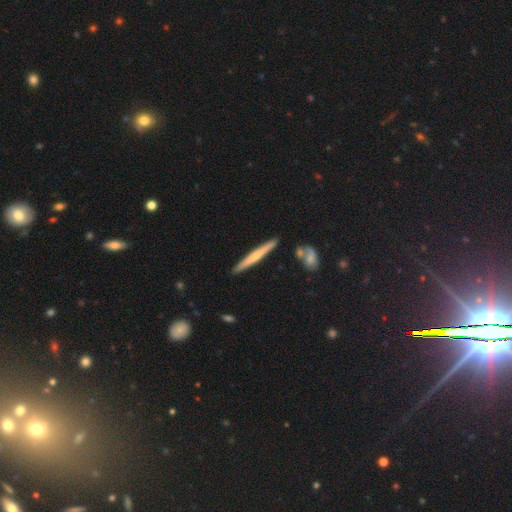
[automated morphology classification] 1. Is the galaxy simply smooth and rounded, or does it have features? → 48% smooth, 47% featured or disk, 5% star or artifact.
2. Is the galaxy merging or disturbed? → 88% none, 7% minor disturbance, 3% merger, 1% major disturbance.